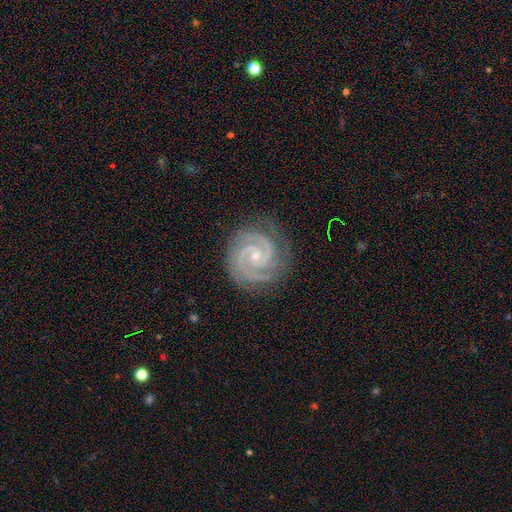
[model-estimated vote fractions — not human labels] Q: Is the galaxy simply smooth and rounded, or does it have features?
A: featured or disk — 93%.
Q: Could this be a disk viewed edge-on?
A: no — 98%.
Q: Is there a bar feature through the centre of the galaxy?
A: no — 67%.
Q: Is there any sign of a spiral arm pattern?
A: yes — 99%.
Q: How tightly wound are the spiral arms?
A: tight — 79%.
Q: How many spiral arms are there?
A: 2 — 77%.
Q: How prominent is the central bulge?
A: small — 79%.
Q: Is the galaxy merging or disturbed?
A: none — 84%.